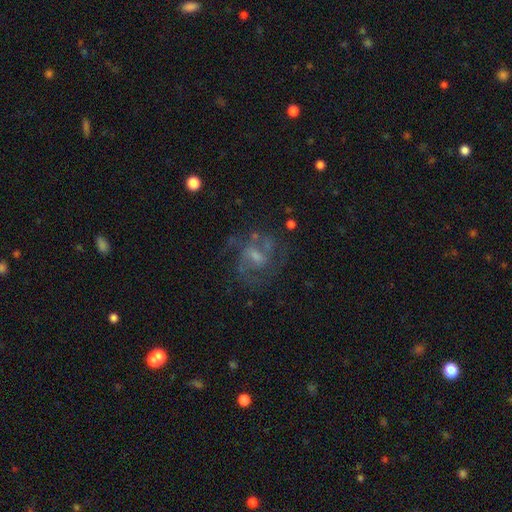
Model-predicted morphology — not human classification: featured or disk 76%, smooth 15%, star or artifact 10%. Down the decision tree: edge-on disk — no (97%); bar — weak (53%); spiral arms — yes (85%); spiral arm count — 2 (43%); spiral winding — medium (53%); bulge size — small (41%); merging — none (59%).